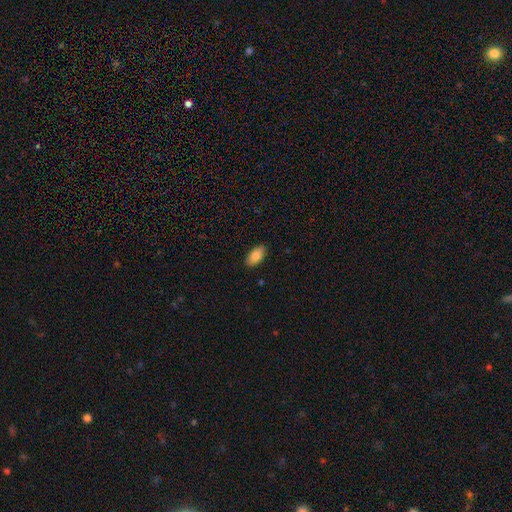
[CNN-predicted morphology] Overall: smooth (85%). How rounded: in between (94%). Merging: none (87%).